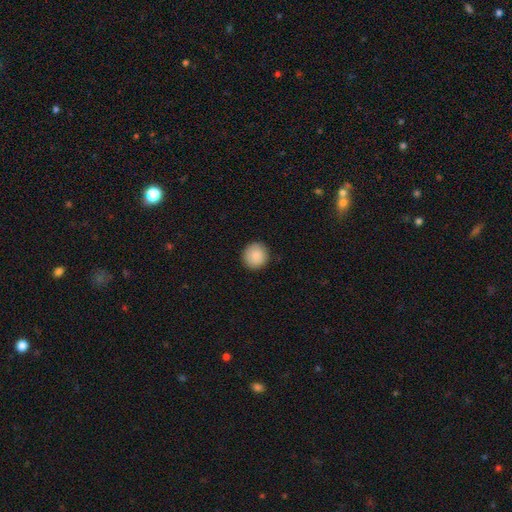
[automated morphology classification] This appears to be a smooth galaxy with no disk features (89%) that is round (94%). Merging: none (90%).